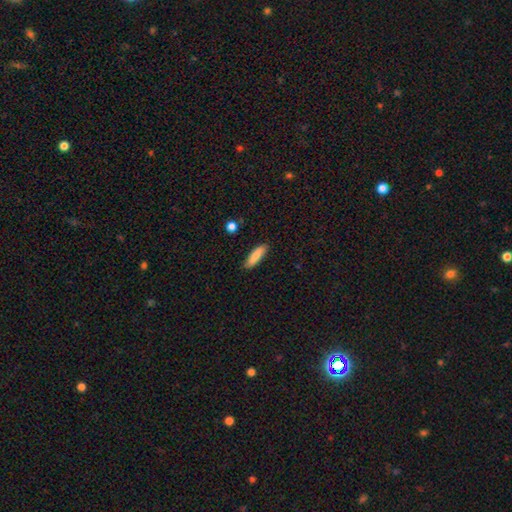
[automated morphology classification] A smooth galaxy with no disk features (84%) that is cigar-shaped (65%).

Vote fractions:
- Smooth or featured? smooth: 84% / featured or disk: 9% / star or artifact: 7%
- How rounded? cigar-shaped: 65% / in between: 33% / round: 2%
- Merging? none: 86% / minor disturbance: 10% / major disturbance: 2% / merger: 1%